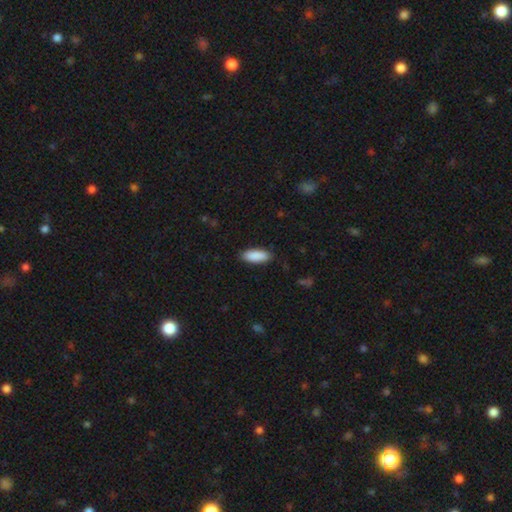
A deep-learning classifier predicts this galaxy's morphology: This is clearly a smooth galaxy (90%). How rounded: likely in between (74%). Merging: clearly none (87%).